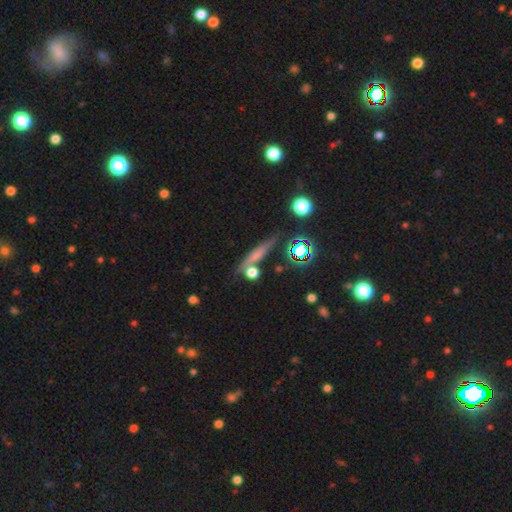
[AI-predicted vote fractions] Smooth or featured: smooth — 51% (featured or disk — 30%)
How rounded: cigar-shaped — 71% (round — 15%)
Merging: none — 74% (minor disturbance — 12%)